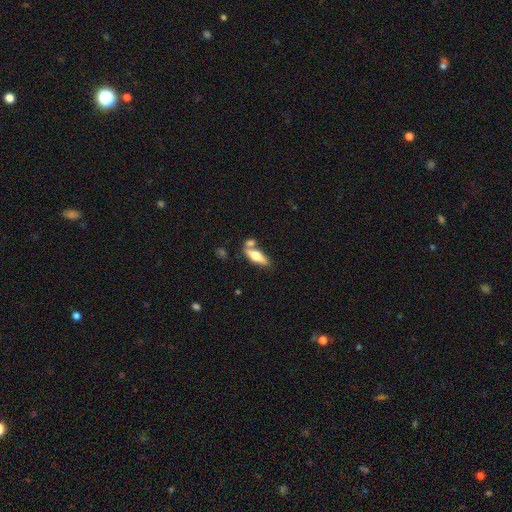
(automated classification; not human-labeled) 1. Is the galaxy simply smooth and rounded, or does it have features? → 52% smooth, 42% featured or disk, 6% star or artifact.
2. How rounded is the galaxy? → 51% in between, 46% cigar-shaped, 3% round.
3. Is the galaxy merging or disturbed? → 59% none, 23% merger, 13% minor disturbance, 4% major disturbance.